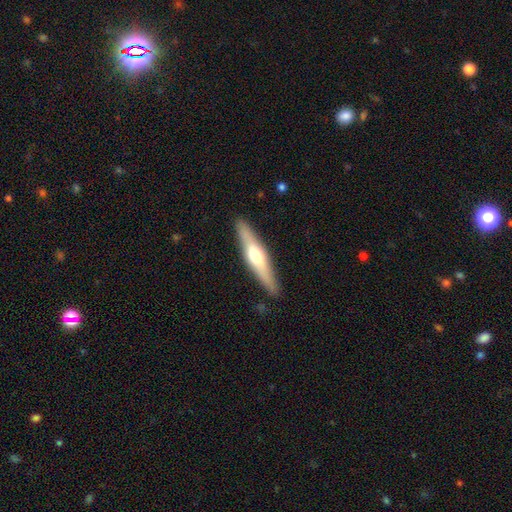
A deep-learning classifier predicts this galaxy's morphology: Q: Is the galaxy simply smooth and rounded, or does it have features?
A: featured or disk — 56%.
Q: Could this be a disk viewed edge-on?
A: yes — 93%.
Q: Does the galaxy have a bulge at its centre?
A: rounded — 88%.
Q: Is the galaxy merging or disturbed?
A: none — 89%.